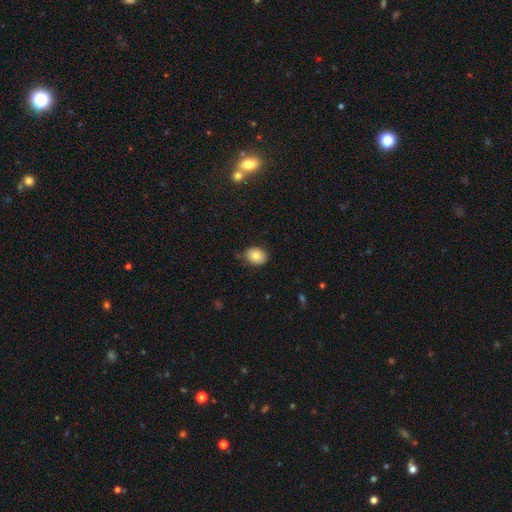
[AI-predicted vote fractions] smooth-or-featured: smooth: 81% | featured or disk: 10% | star or artifact: 9%
  how-rounded: in between: 62% | round: 38% | cigar-shaped: 1%
  merging: none: 75% | minor disturbance: 19% | major disturbance: 3% | merger: 2%